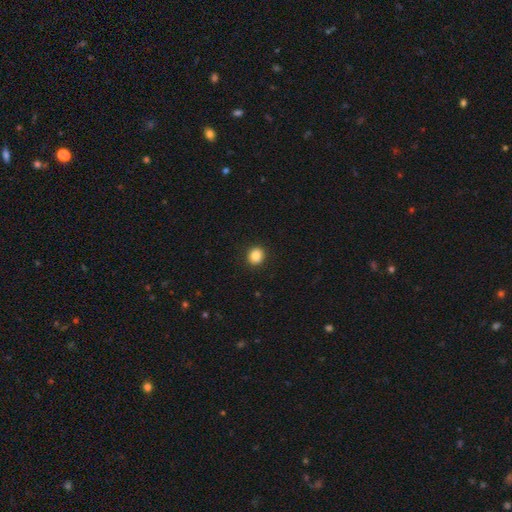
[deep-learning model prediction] Q: Smooth or featured?
A: smooth (85%); runner-up: star or artifact (10%)
Q: How rounded?
A: round (82%); runner-up: in between (18%)
Q: Merging?
A: none (92%); runner-up: minor disturbance (6%)